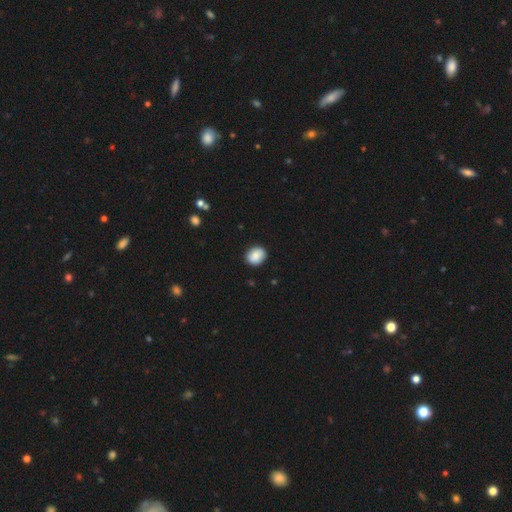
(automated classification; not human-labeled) smooth_or_featured: smooth (p=0.86) [alt: star or artifact p=0.08]
how_rounded: round (p=0.62) [alt: in between p=0.37]
merging: none (p=0.87) [alt: minor disturbance p=0.10]